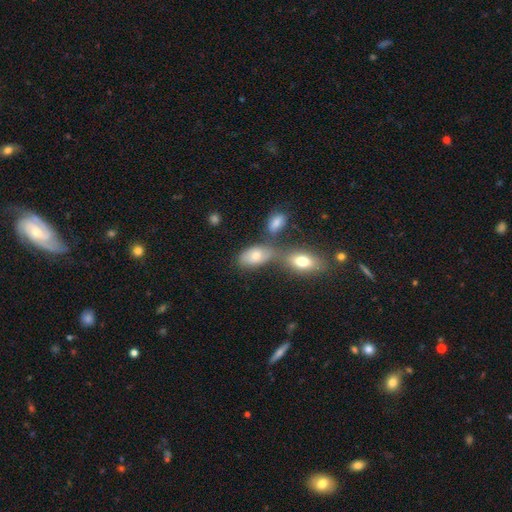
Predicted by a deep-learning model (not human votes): Smooth or featured: smooth — 72% (featured or disk — 18%)
How rounded: in between — 89% (round — 8%)
Merging: none — 44% (merger — 33%)